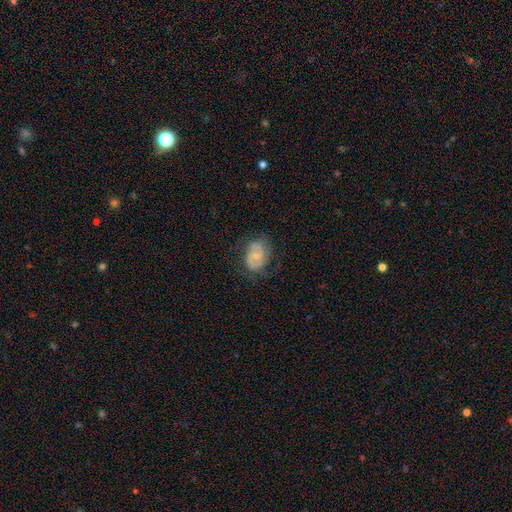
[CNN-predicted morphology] Smooth or featured? featured or disk (59%)
Edge-on disk? no (97%)
Bar? no (64%)
Spiral arms? yes (75%)
Bulge size? small (62%)
Merging? none (60%)